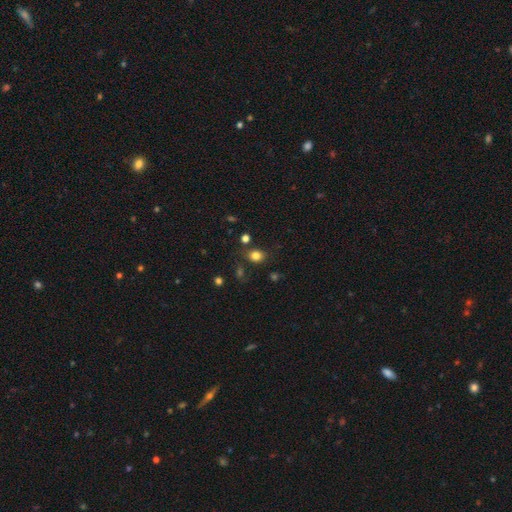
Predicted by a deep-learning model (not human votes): This is clearly a smooth galaxy (81%). How rounded: possibly in between (51%). Merging: likely none (77%).